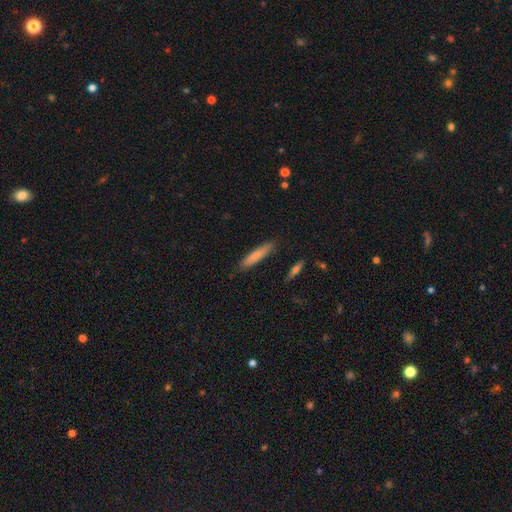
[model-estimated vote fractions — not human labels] smooth-or-featured: smooth: 77% | featured or disk: 17% | star or artifact: 6%
  how-rounded: cigar-shaped: 89% | in between: 10% | round: 1%
  merging: none: 87% | minor disturbance: 9% | major disturbance: 2% | merger: 2%